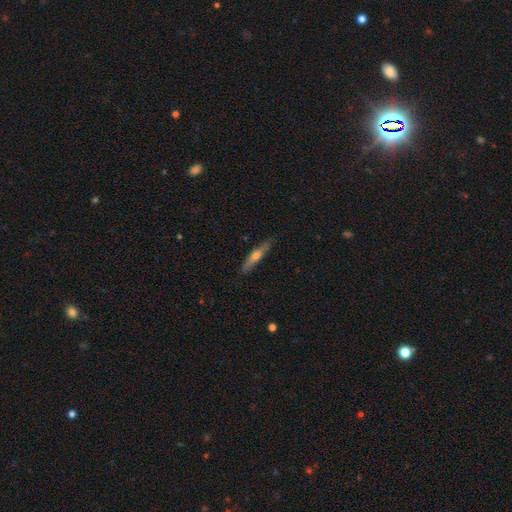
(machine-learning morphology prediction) smooth-or-featured: featured or disk: 51% | smooth: 43% | star or artifact: 6%
  disk-edge-on: yes: 90% | no: 10%
  merging: none: 87% | minor disturbance: 10% | major disturbance: 2% | merger: 1%